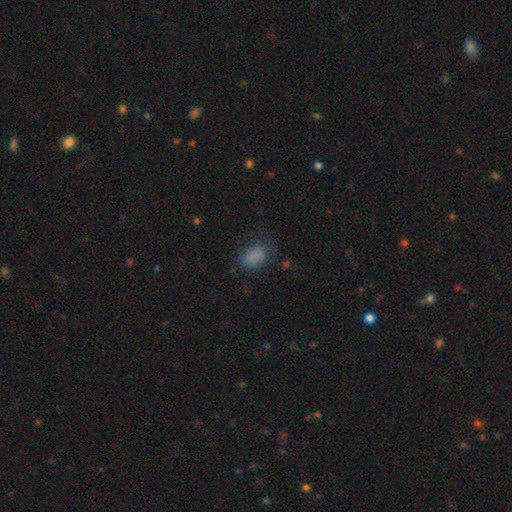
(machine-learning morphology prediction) Smooth or featured?
  - smooth: 82% *
  - star or artifact: 12%
  - featured or disk: 5%
How rounded?
  - in between: 77% *
  - round: 21%
  - cigar-shaped: 1%
Merging?
  - none: 68% *
  - minor disturbance: 21%
  - major disturbance: 10%
  - merger: 2%